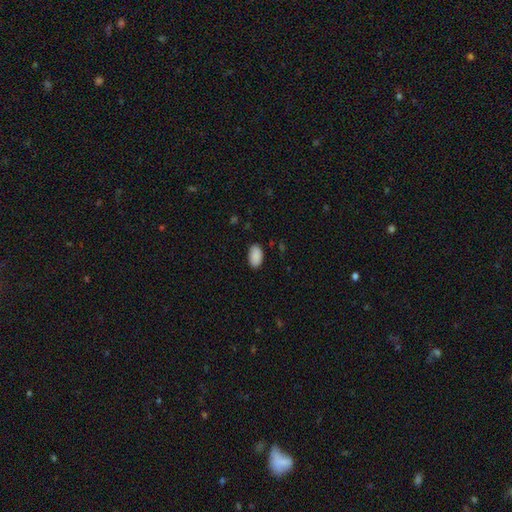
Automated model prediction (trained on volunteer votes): This is clearly a smooth galaxy (91%). How rounded: clearly in between (95%). Merging: clearly none (87%).